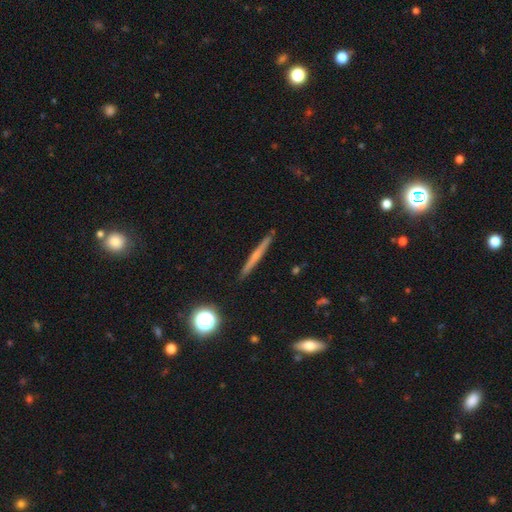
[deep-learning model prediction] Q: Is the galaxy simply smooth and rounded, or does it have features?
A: featured or disk — 53%.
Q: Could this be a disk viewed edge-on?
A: yes — 97%.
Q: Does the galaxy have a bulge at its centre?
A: none — 56%.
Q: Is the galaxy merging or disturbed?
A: none — 91%.